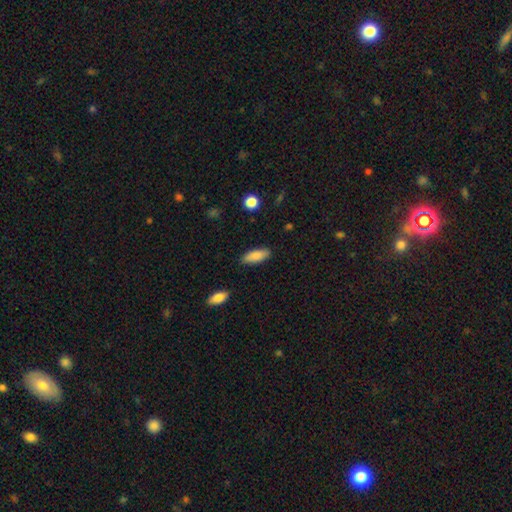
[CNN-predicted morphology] type=smooth (87%); roundness=in between (74%); merging=none (86%).